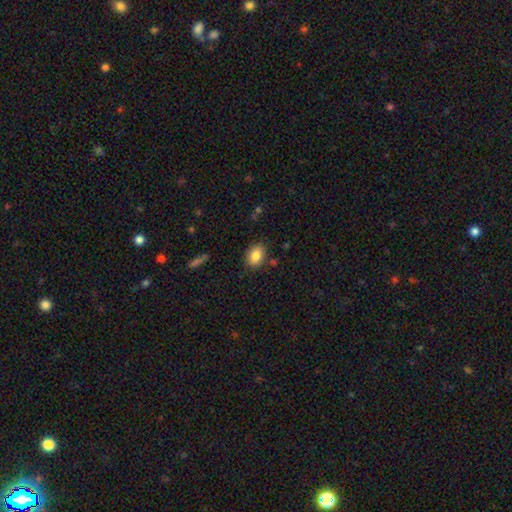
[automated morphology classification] This appears to be a smooth galaxy with no disk features (84%) that is in between round and cigar-shaped (84%). Merging: none (84%).